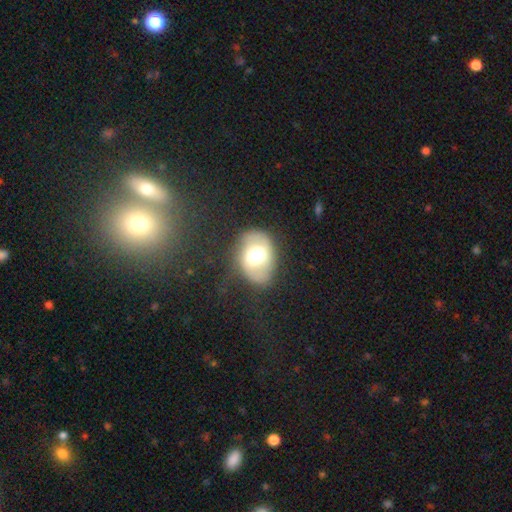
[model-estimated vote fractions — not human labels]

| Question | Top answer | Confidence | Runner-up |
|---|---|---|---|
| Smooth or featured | smooth | 46% | featured or disk (45%) |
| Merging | none | 63% | minor disturbance (22%) |